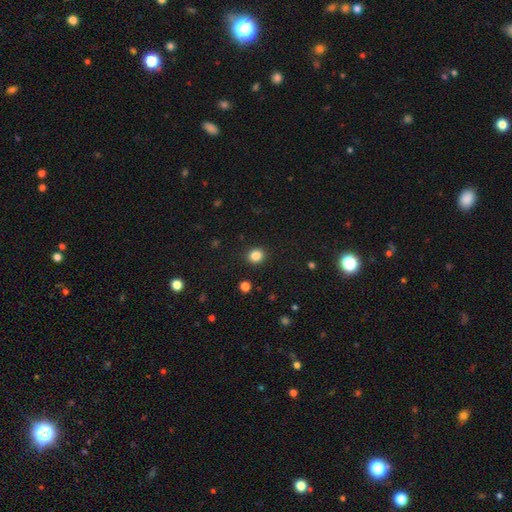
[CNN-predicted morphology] smooth_or_featured: smooth (p=0.84) [alt: star or artifact p=0.12]
how_rounded: round (p=0.80) [alt: in between p=0.19]
merging: none (p=0.91) [alt: minor disturbance p=0.06]